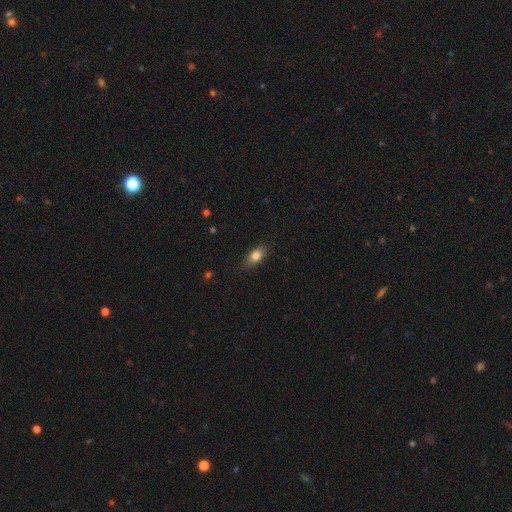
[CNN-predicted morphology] A smooth galaxy with no disk features (80%) that is in between round and cigar-shaped (81%).

Vote fractions:
- Smooth or featured? smooth: 80% / featured or disk: 12% / star or artifact: 8%
- How rounded? in between: 81% / cigar-shaped: 10% / round: 9%
- Merging? none: 83% / minor disturbance: 13% / major disturbance: 3% / merger: 1%